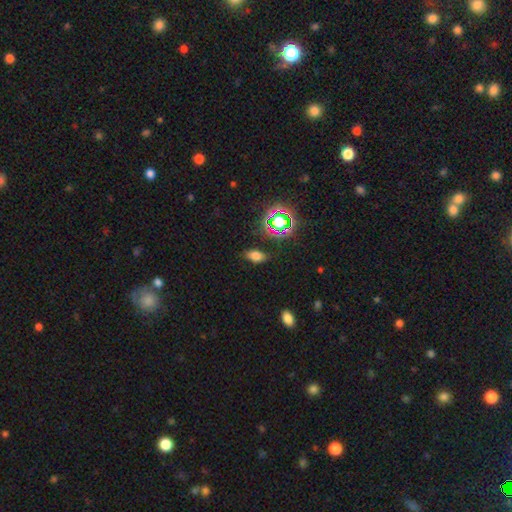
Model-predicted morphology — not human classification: smooth-or-featured: smooth: 70% | star or artifact: 22% | featured or disk: 9%
  how-rounded: in between: 86% | round: 9% | cigar-shaped: 6%
  merging: none: 81% | minor disturbance: 13% | major disturbance: 4% | merger: 2%